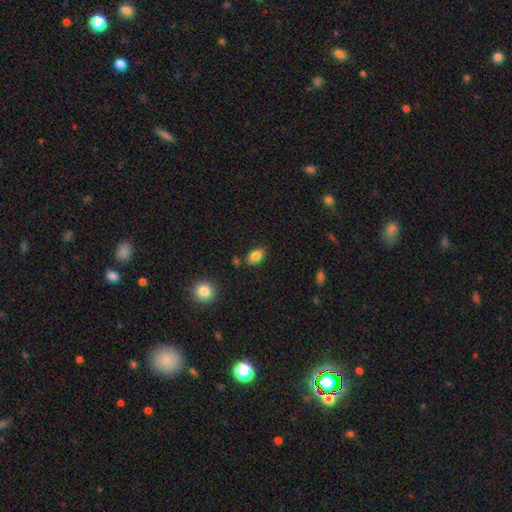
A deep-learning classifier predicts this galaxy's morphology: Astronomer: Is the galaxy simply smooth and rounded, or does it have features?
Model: smooth — 85%.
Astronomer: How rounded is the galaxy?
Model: in between — 88%.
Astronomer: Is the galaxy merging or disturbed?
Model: none — 80%.